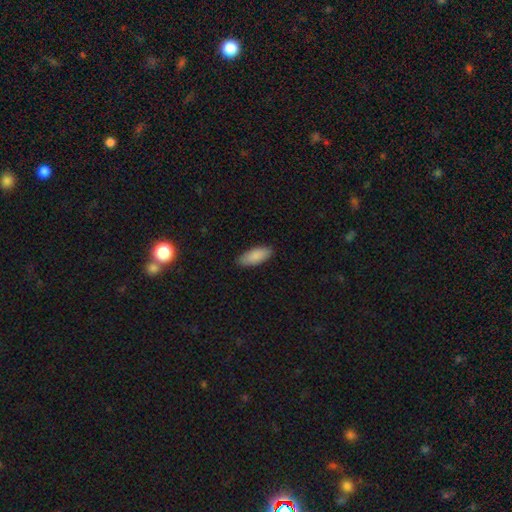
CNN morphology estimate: Overall: smooth (89%). How rounded: in between (80%). Merging: none (88%).